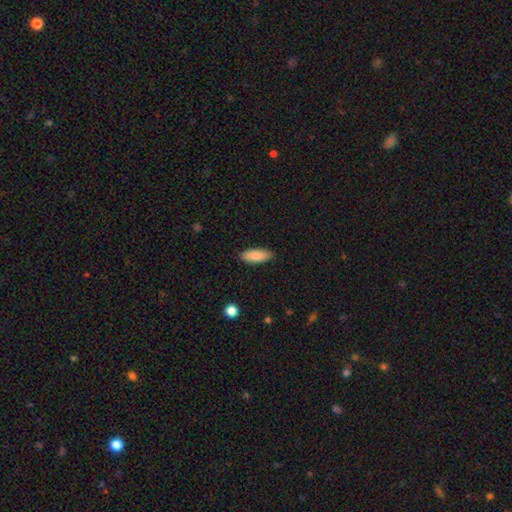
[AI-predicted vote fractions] A smooth galaxy with no disk features (87%) that is in between round and cigar-shaped (70%). Merging: none (88%).